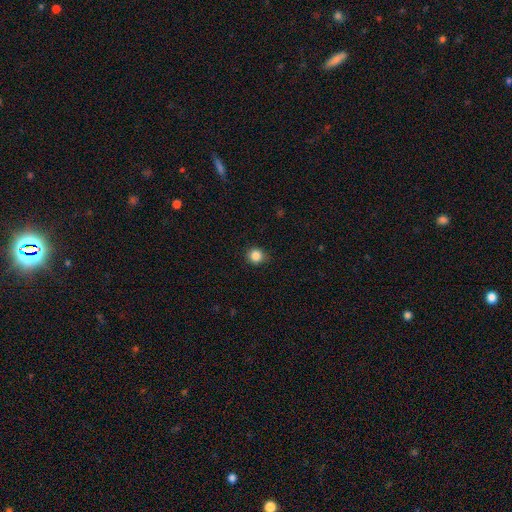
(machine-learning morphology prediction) A smooth galaxy with no disk features (86%) that is round (89%).

Vote fractions:
- Smooth or featured? smooth: 86% / star or artifact: 11% / featured or disk: 4%
- How rounded? round: 89% / in between: 11% / cigar-shaped: 1%
- Merging? none: 86% / minor disturbance: 10% / major disturbance: 2% / merger: 1%